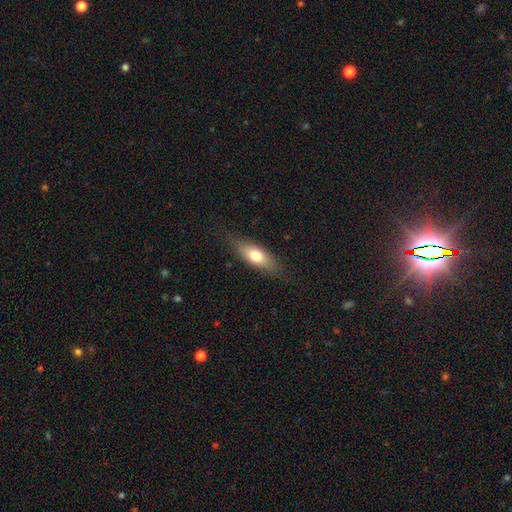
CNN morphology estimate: This is likely a smooth galaxy (70%). How rounded: likely in between (69%). Merging: clearly none (81%).